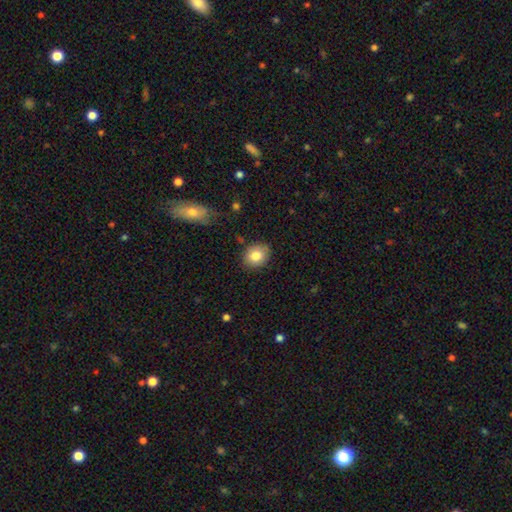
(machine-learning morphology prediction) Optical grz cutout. It shows a smooth galaxy with no disk features (82%) that is round (53%). Merging: none (85%).